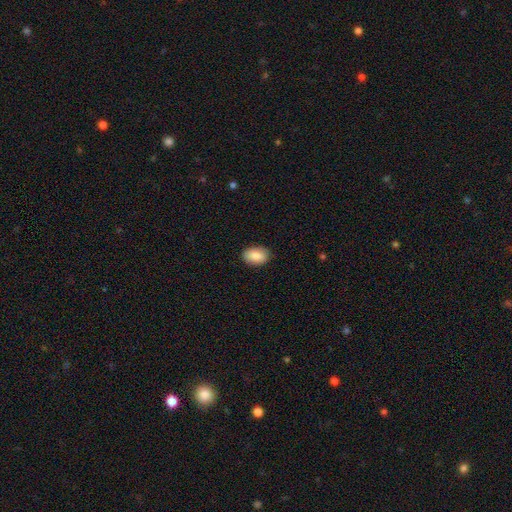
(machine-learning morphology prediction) Smooth or featured: smooth — 88% (star or artifact — 7%)
How rounded: in between — 87% (round — 11%)
Merging: none — 87% (minor disturbance — 10%)